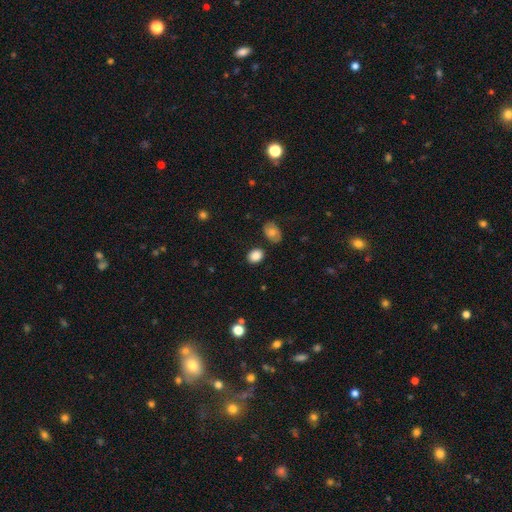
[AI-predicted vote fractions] This is clearly a smooth galaxy (87%). How rounded: possibly in between (59%). Merging: clearly none (82%).